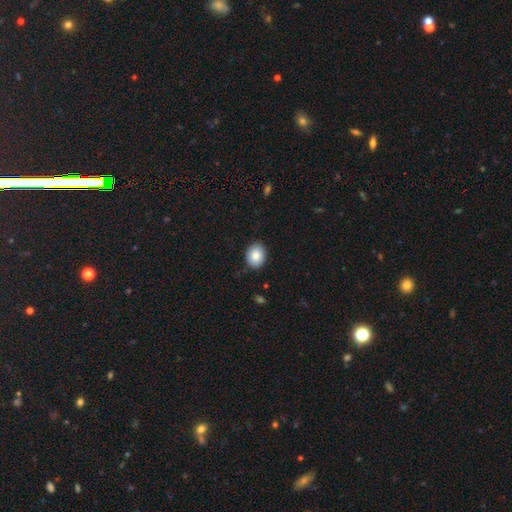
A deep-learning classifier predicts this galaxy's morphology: smooth 85%, star or artifact 8%, featured or disk 7%. Down the decision tree: how rounded — round (52%); merging — none (87%).